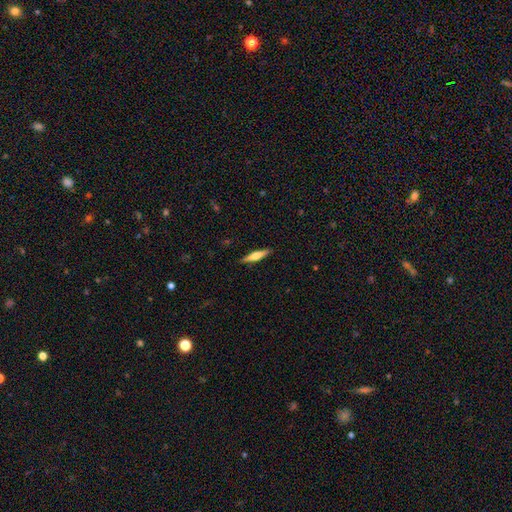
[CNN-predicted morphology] Overall: featured or disk (47%, tied with smooth). Merging: none (90%).